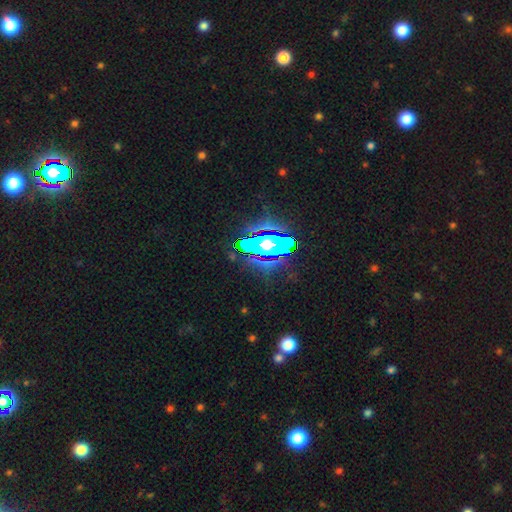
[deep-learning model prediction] A star or artifact, not a galaxy (81%).

Vote fractions:
- Smooth or featured? star or artifact: 81% / smooth: 10% / featured or disk: 9%